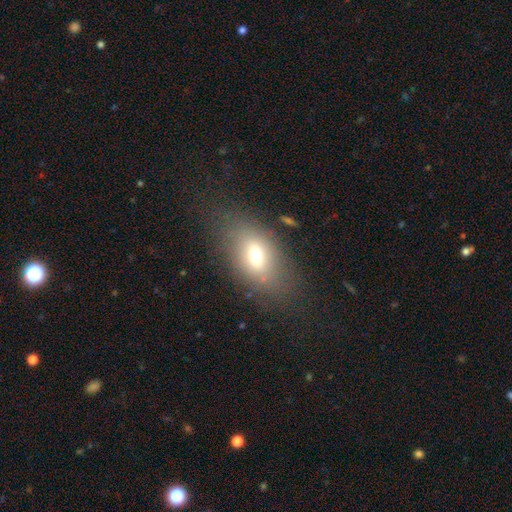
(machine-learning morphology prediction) smooth 65%, featured or disk 22%, star or artifact 13%. Down the decision tree: how rounded — in between (84%); merging — none (71%).